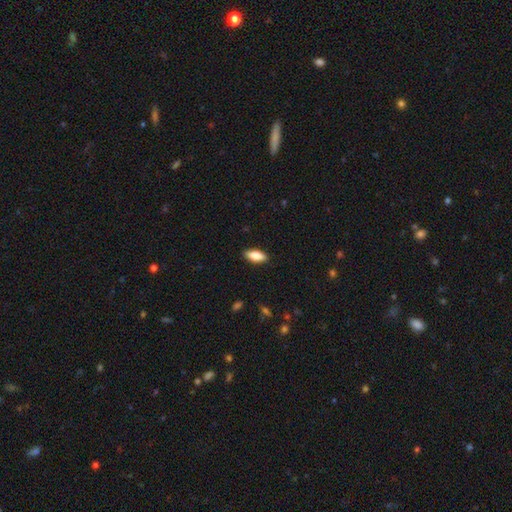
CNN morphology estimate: A smooth galaxy with no disk features (82%) that is in between round and cigar-shaped (80%).

Vote fractions:
- Smooth or featured? smooth: 82% / featured or disk: 11% / star or artifact: 6%
- How rounded? in between: 80% / cigar-shaped: 18% / round: 2%
- Merging? none: 89% / minor disturbance: 8% / major disturbance: 2% / merger: 1%